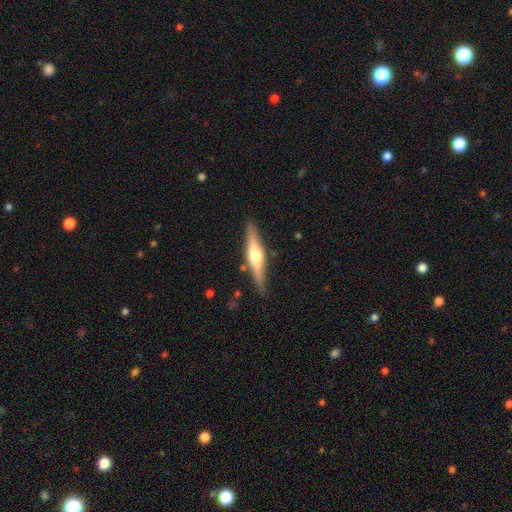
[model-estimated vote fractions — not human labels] This is likely a featured or disk galaxy (64%). It is clearly viewed edge-on (96%). Edge-on bulge: clearly rounded (90%). Merging: clearly none (86%).